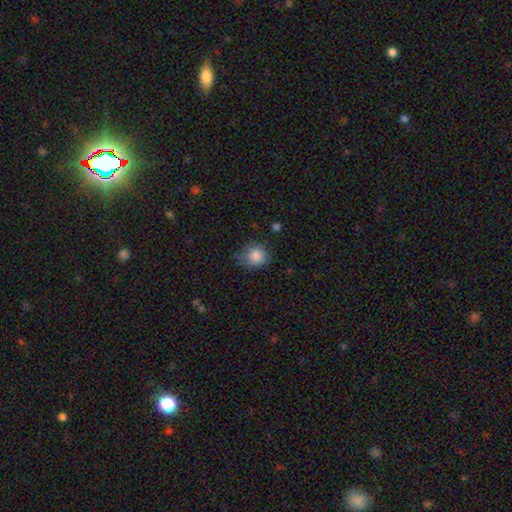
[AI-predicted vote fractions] A smooth galaxy with no disk features (85%) that is round (76%). Merging: none (60%).